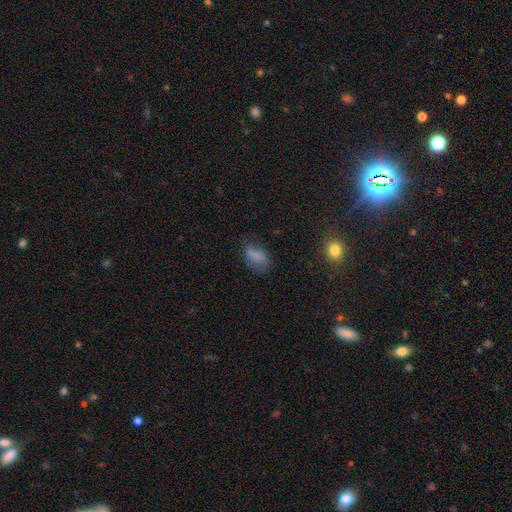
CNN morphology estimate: This appears to be a smooth galaxy with no disk features (76%) that is in between round and cigar-shaped (88%). Merging: none (55%).